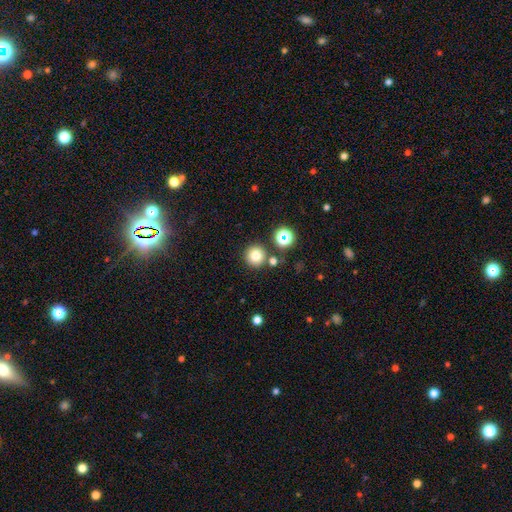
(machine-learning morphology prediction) Overall: smooth (77%). How rounded: round (96%). Merging: none (83%).